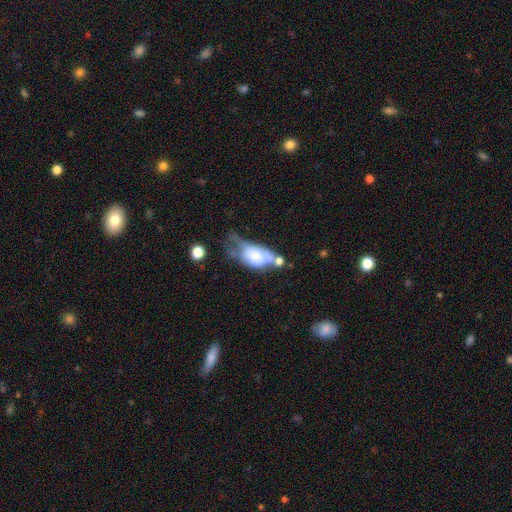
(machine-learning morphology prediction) type=smooth (56%); roundness=in between (86%); merging=major disturbance (32%).